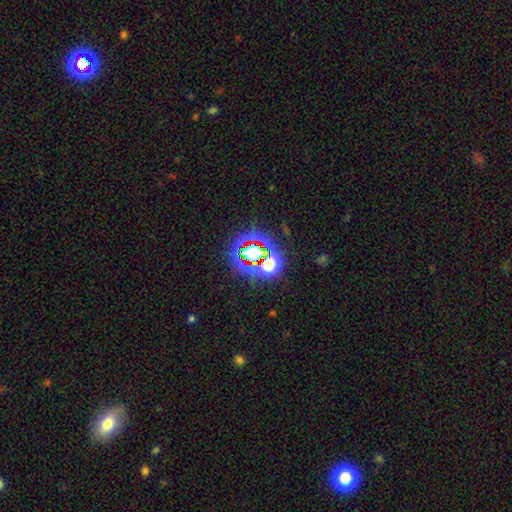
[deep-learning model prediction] A star or artifact, not a galaxy (73%).